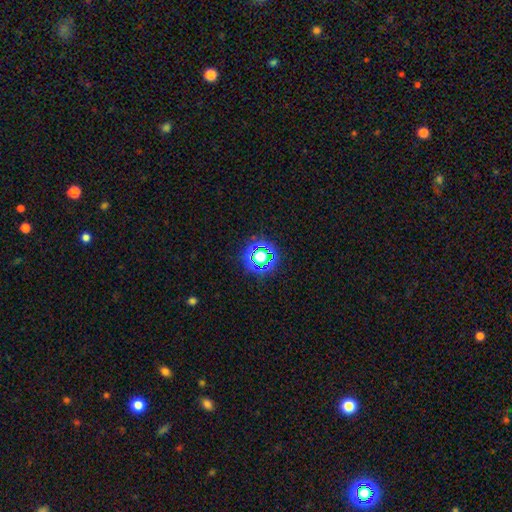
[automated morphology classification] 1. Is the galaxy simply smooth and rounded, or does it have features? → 55% star or artifact, 34% smooth, 10% featured or disk.